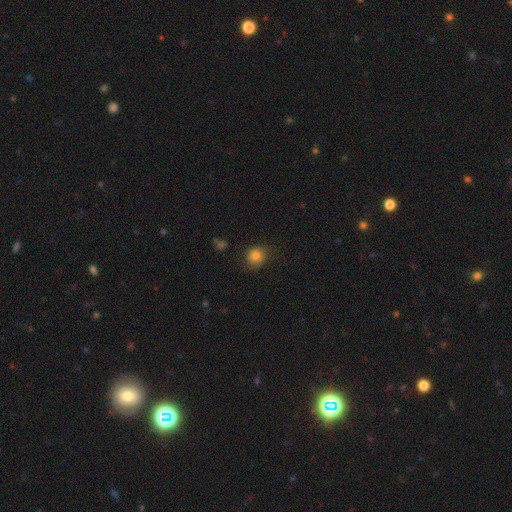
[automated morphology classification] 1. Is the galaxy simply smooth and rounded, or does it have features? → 83% smooth, 12% star or artifact, 5% featured or disk.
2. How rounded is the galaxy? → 78% round, 21% in between, 1% cigar-shaped.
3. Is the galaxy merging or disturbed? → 76% none, 18% minor disturbance, 5% major disturbance, 2% merger.